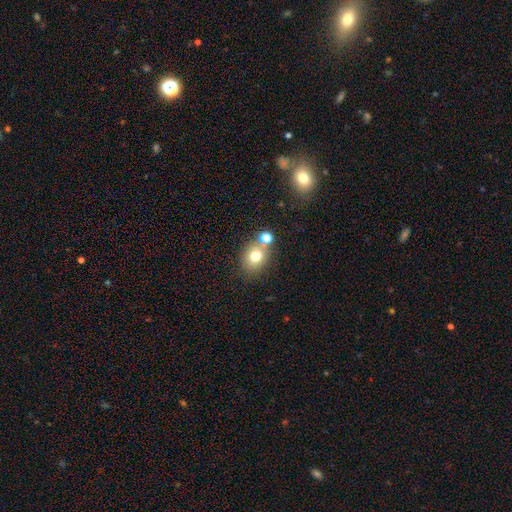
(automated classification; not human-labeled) smooth_or_featured: smooth (p=0.73) [alt: featured or disk p=0.14]
how_rounded: round (p=0.57) [alt: in between p=0.42]
merging: none (p=0.55) [alt: merger p=0.30]